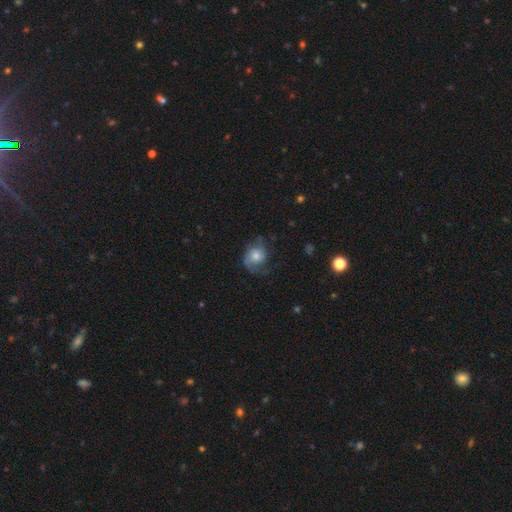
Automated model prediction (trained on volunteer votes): Smooth or featured: featured or disk — 56% (smooth — 35%)
Edge-on disk: no — 97% (yes — 3%)
Bar: no — 76% (weak — 21%)
Spiral arms: yes — 88% (no — 12%)
Bulge size: moderate — 50% (small — 31%)
Merging: none — 53% (major disturbance — 23%)